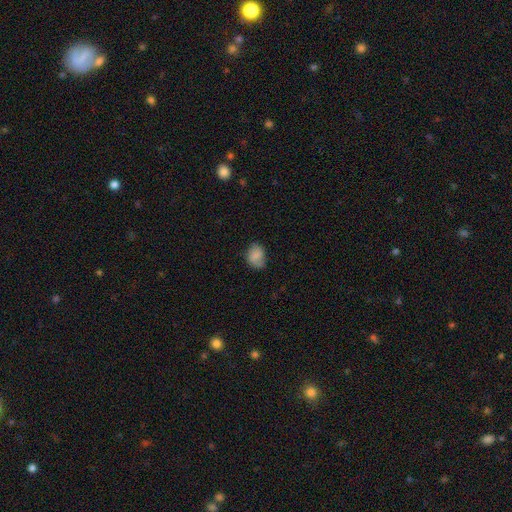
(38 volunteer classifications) This is likely a smooth galaxy (76%). How rounded: likely in between (72%). Merging: likely none (62%).